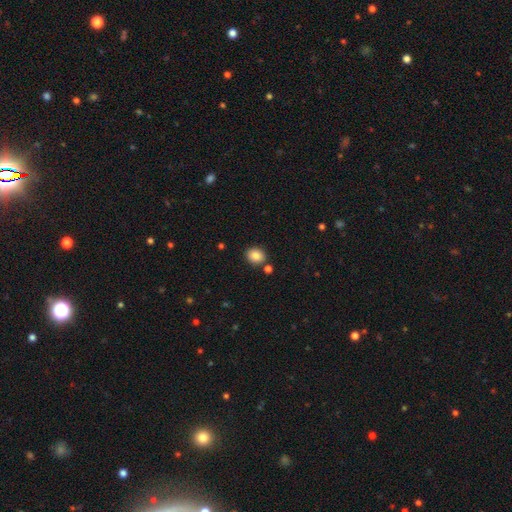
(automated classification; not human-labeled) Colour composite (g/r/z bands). It shows a smooth galaxy with no disk features (86%) that is round (59%). Merging: none (81%).